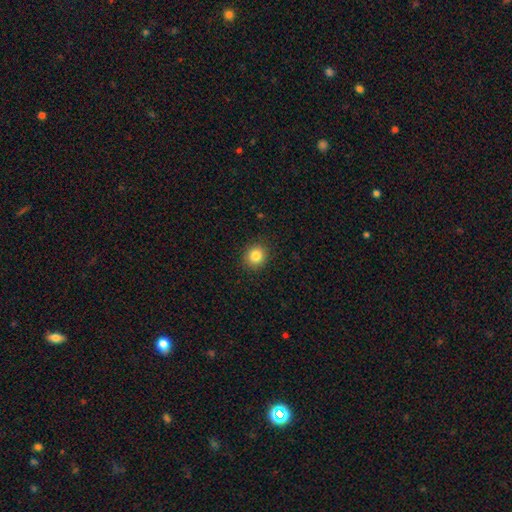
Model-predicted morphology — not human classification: smooth 85%, star or artifact 10%, featured or disk 5%. Down the decision tree: how rounded — round (85%); merging — none (90%).